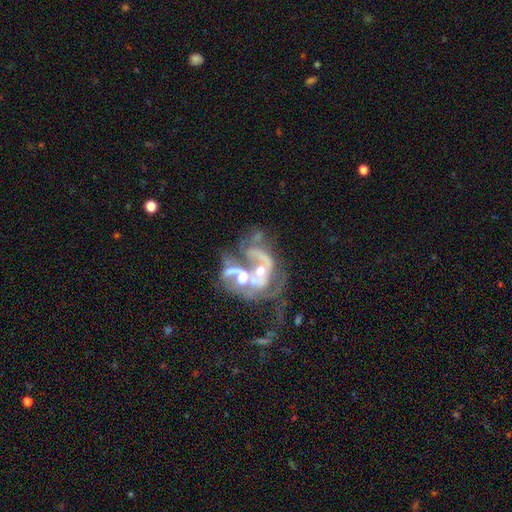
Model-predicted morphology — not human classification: Smooth or featured? featured or disk (77%)
Edge-on disk? no (98%)
Bar? no (71%)
Spiral arms? yes (61%)
Bulge size? moderate (52%)
Merging? merger (68%)